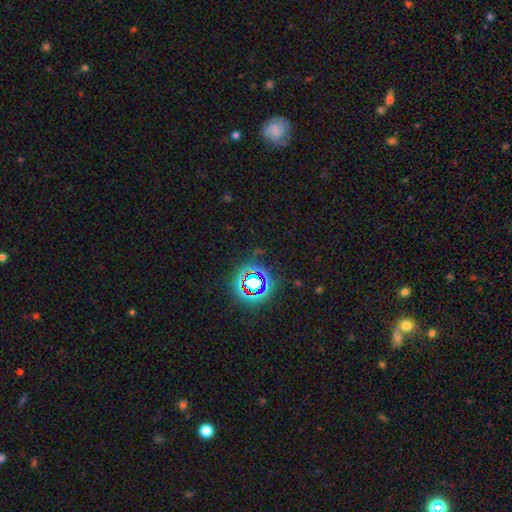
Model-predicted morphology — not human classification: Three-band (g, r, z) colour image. It shows a star or artifact, not a galaxy (74%).